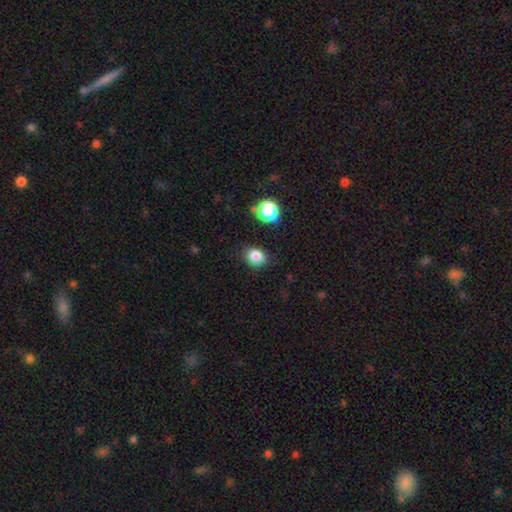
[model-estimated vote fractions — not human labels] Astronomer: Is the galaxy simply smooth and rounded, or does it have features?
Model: smooth — 83%.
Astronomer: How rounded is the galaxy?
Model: round — 58% (runner-up: in between, 41%).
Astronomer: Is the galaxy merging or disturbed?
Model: none — 81%.